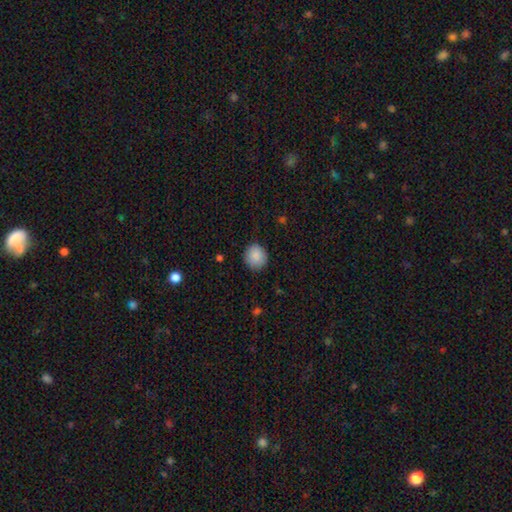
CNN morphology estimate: This is clearly a smooth galaxy (89%). How rounded: clearly round (89%). Merging: clearly none (87%).